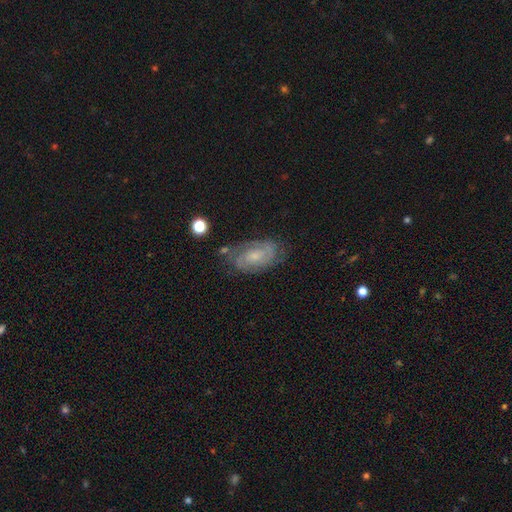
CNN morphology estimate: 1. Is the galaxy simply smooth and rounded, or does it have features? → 74% featured or disk, 18% smooth, 8% star or artifact.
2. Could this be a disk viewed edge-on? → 96% no, 4% yes.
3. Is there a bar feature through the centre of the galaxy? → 59% no, 35% weak, 6% strong.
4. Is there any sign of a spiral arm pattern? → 92% yes, 8% no.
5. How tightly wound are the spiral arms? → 53% tight, 37% medium, 10% loose.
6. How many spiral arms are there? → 59% 2, 24% can't tell, 8% 3, 4% 1, 2% 4, 2% more than 4.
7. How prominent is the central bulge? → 54% small, 32% moderate, 10% none, 3% large, 1% dominant.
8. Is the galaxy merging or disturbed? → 70% none, 20% minor disturbance, 8% major disturbance, 3% merger.